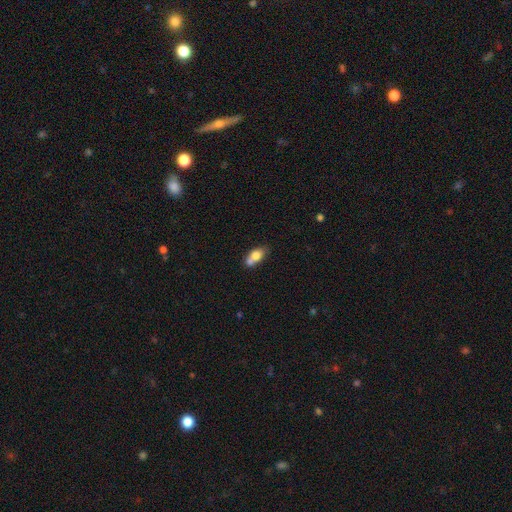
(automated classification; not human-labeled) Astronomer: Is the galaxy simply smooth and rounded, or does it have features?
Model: smooth — 73%.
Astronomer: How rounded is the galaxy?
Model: in between — 79%.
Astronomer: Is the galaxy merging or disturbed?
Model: merger — 42% (runner-up: none, 38%).